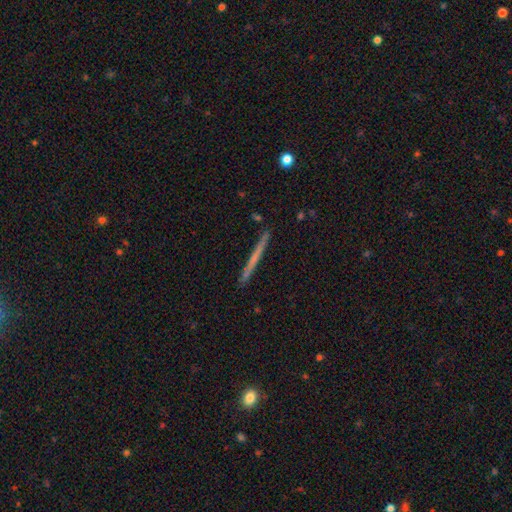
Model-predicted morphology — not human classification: smooth-or-featured: smooth: 48% | featured or disk: 46% | star or artifact: 6%
  merging: none: 91% | minor disturbance: 6% | merger: 1% | major disturbance: 1%